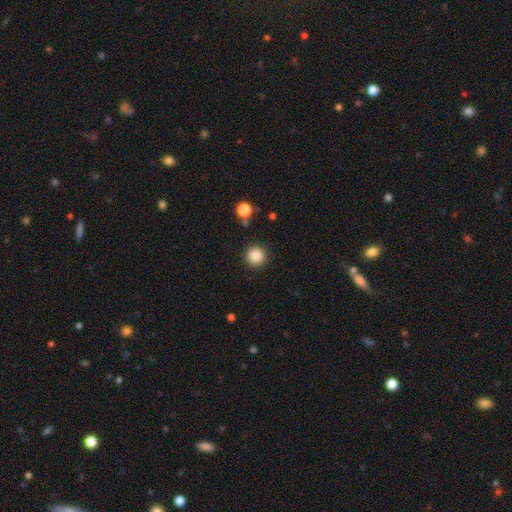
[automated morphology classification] smooth-or-featured: smooth: 86% | star or artifact: 10% | featured or disk: 3%
  how-rounded: round: 95% | in between: 4% | cigar-shaped: 1%
  merging: none: 90% | minor disturbance: 6% | major disturbance: 2% | merger: 2%